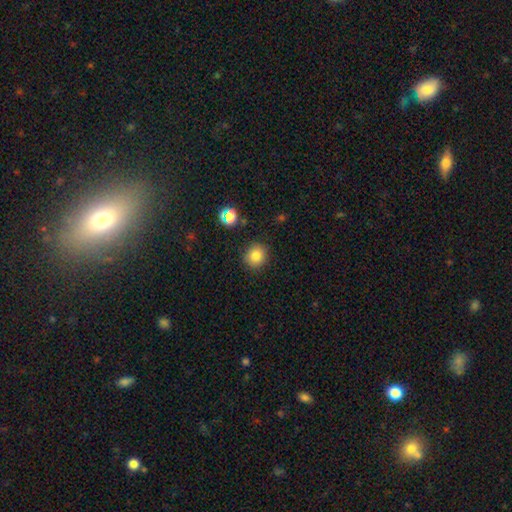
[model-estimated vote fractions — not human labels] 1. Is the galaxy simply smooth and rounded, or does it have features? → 83% smooth, 12% star or artifact, 5% featured or disk.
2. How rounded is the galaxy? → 87% round, 12% in between, 1% cigar-shaped.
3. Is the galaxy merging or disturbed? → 88% none, 8% minor disturbance, 2% major disturbance, 2% merger.